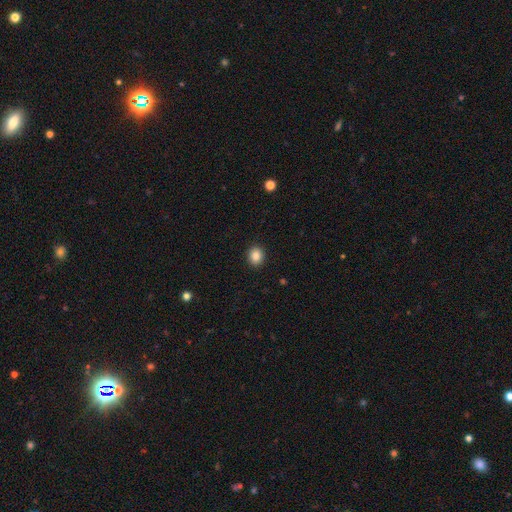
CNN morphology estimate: Q: Smooth or featured?
A: smooth (86%); runner-up: star or artifact (10%)
Q: How rounded?
A: round (72%); runner-up: in between (27%)
Q: Merging?
A: none (92%); runner-up: minor disturbance (5%)